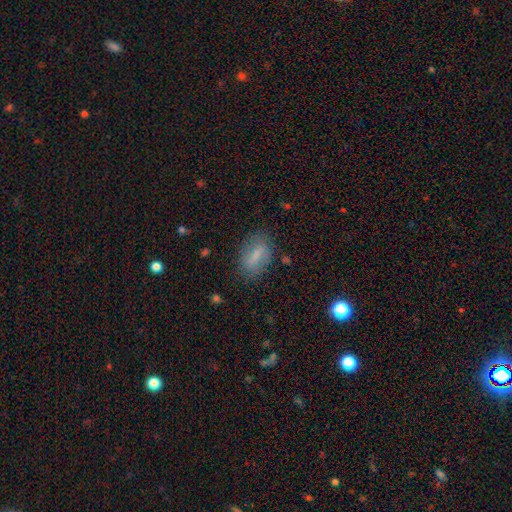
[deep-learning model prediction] Smooth or featured: smooth — 63% (featured or disk — 28%)
How rounded: in between — 79% (cigar-shaped — 11%)
Merging: none — 76% (minor disturbance — 16%)